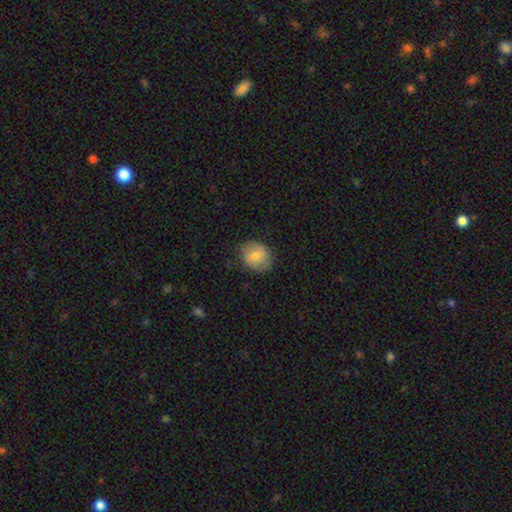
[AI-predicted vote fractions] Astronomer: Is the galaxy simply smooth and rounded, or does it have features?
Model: smooth — 68%.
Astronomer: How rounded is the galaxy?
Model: round — 62% (runner-up: in between, 37%).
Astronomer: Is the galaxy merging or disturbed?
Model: none — 80%.